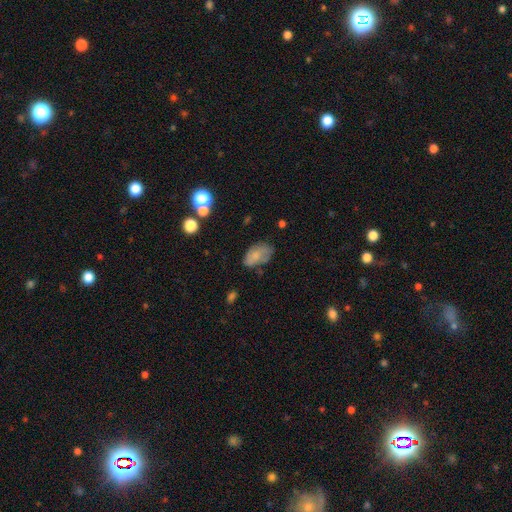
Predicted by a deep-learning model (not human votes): A smooth galaxy with no disk features (67%) that is in between round and cigar-shaped (91%).

Vote fractions:
- Smooth or featured? smooth: 67% / featured or disk: 24% / star or artifact: 9%
- How rounded? in between: 91% / round: 7% / cigar-shaped: 2%
- Merging? none: 53% / minor disturbance: 30% / major disturbance: 12% / merger: 5%